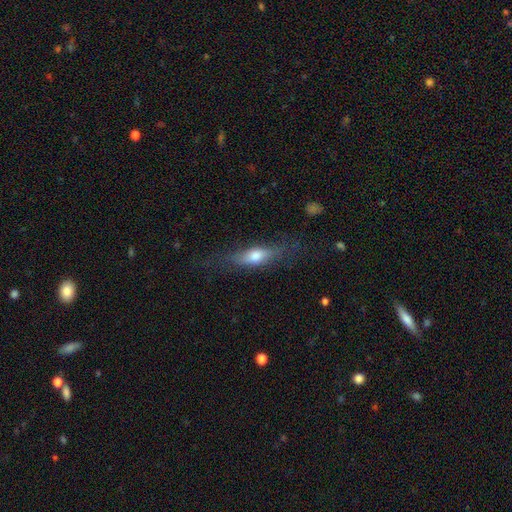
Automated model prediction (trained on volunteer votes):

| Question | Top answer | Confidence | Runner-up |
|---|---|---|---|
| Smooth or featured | smooth | 54% | featured or disk (38%) |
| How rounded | cigar-shaped | 55% | in between (41%) |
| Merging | none | 69% | minor disturbance (20%) |